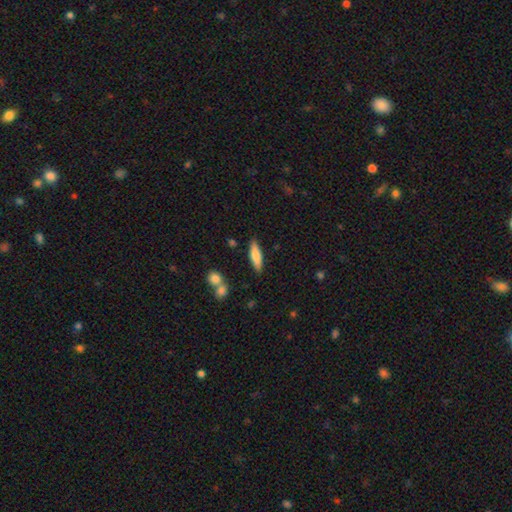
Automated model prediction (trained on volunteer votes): This is likely a smooth galaxy (70%). How rounded: likely cigar-shaped (65%). Merging: clearly none (84%).